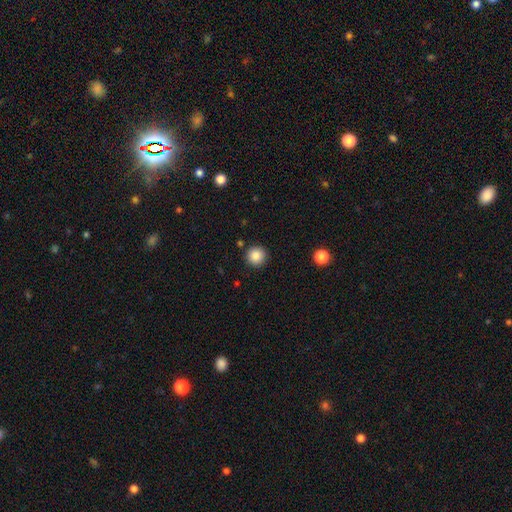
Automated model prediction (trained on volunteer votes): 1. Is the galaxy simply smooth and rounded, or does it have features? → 87% smooth, 10% star or artifact, 4% featured or disk.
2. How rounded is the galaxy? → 94% round, 5% in between, 1% cigar-shaped.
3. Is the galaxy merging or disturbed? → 90% none, 6% minor disturbance, 2% major disturbance, 2% merger.